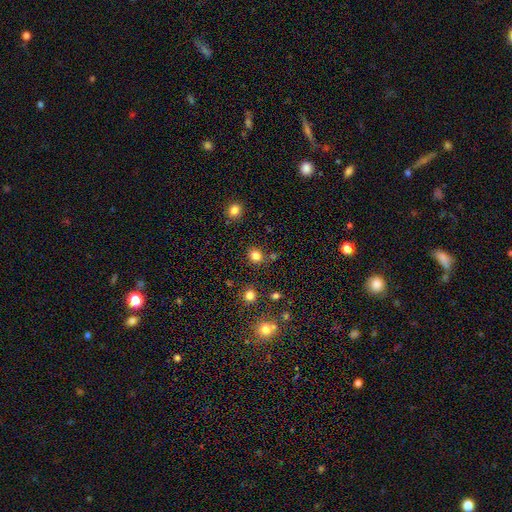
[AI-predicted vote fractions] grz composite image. It shows a smooth galaxy with no disk features (81%) that is round (79%). Merging: none (80%).